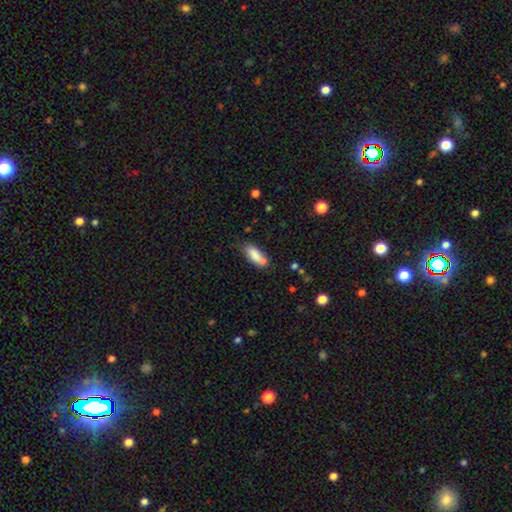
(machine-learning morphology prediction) The model was most divided on "merging": none: 52%, minor disturbance: 22%, merger: 19%, major disturbance: 6%. More confident: smooth or featured — smooth (81%); how rounded — in between (78%).